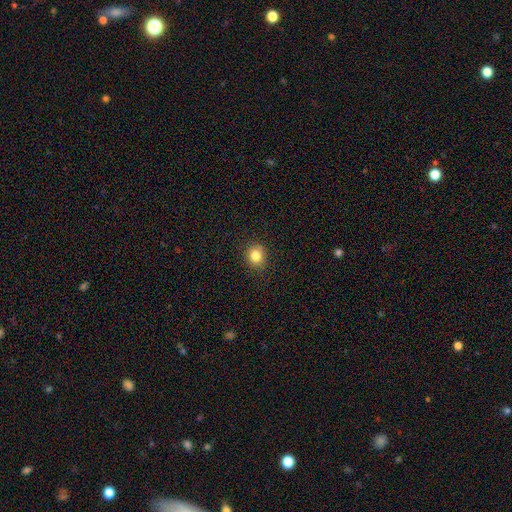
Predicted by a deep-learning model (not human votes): smooth-or-featured: smooth: 83% | star or artifact: 11% | featured or disk: 6%
  how-rounded: round: 81% | in between: 19% | cigar-shaped: 1%
  merging: none: 88% | minor disturbance: 9% | major disturbance: 2% | merger: 1%